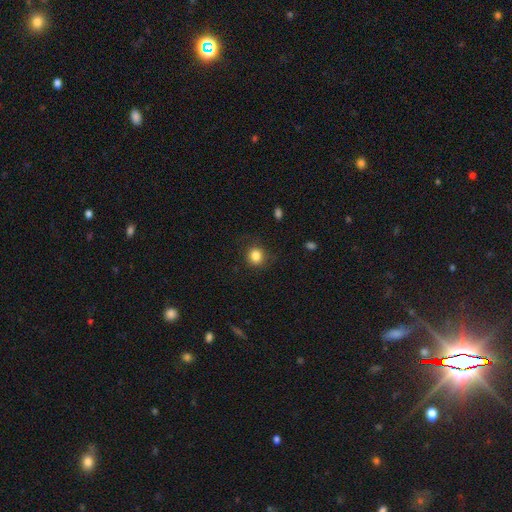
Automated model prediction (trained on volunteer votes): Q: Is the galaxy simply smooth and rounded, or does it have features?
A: smooth — 85%.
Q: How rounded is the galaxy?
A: round — 82%.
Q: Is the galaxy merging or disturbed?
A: none — 82%.